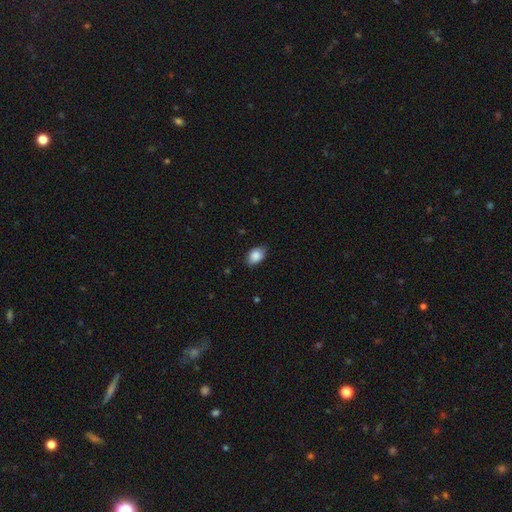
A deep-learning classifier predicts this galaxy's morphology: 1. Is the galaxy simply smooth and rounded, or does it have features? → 88% smooth, 7% star or artifact, 5% featured or disk.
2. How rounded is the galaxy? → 86% in between, 12% round, 1% cigar-shaped.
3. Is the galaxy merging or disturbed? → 81% none, 16% minor disturbance, 3% major disturbance, 1% merger.